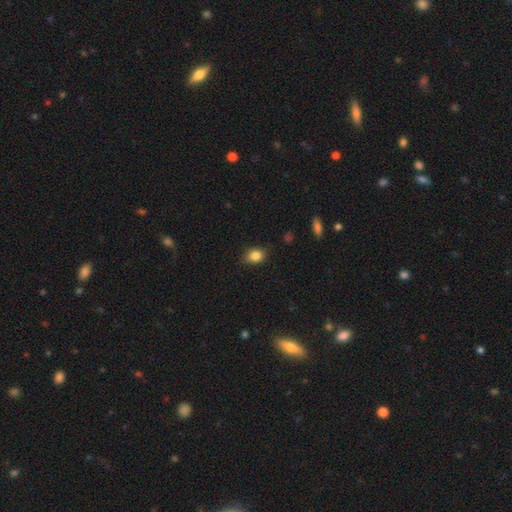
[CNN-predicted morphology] Overall: smooth (85%). How rounded: in between (65%; round 34%). Merging: none (79%).